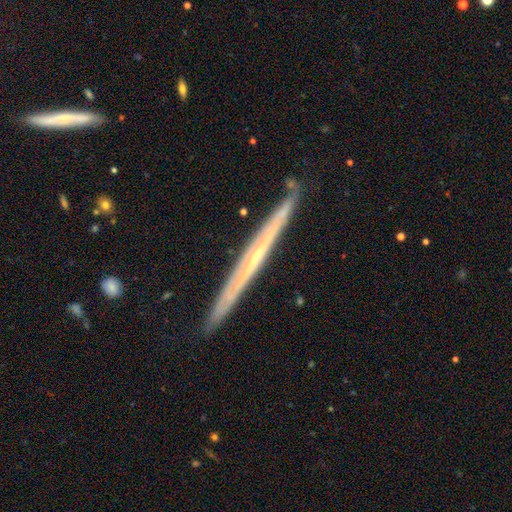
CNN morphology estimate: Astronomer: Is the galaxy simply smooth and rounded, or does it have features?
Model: featured or disk — 72%.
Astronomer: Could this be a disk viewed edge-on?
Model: yes — 96%.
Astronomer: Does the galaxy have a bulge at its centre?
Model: none — 67%.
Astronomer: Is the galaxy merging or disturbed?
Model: none — 88%.